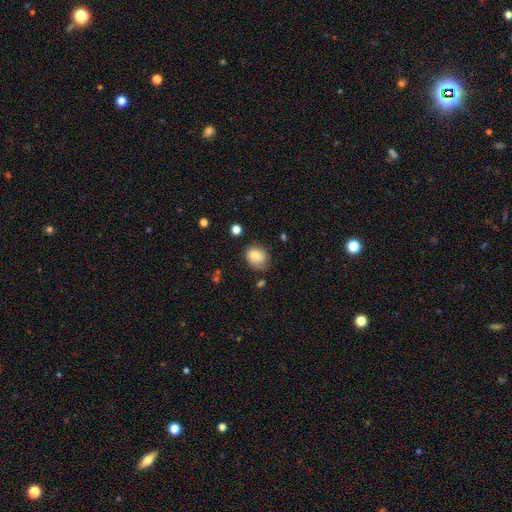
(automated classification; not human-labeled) Smooth or featured?
  - smooth: 81% *
  - featured or disk: 11%
  - star or artifact: 9%
How rounded?
  - round: 50% *
  - in between: 49%
  - cigar-shaped: 1%
Merging?
  - none: 65% *
  - minor disturbance: 26%
  - major disturbance: 7%
  - merger: 3%